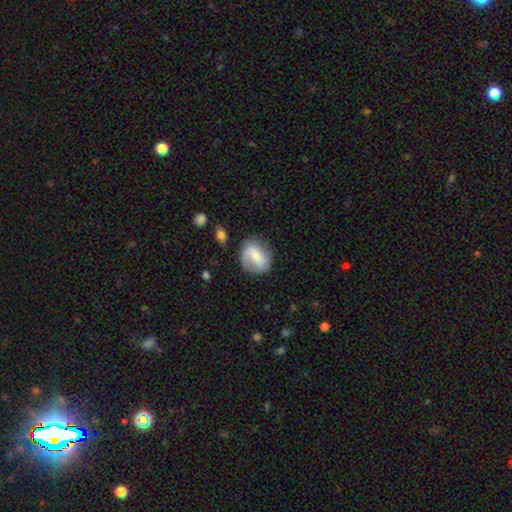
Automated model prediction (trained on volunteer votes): A smooth galaxy with no disk features (48%).

Vote fractions:
- Smooth or featured? smooth: 48% / featured or disk: 45% / star or artifact: 7%
- Merging? none: 71% / minor disturbance: 19% / major disturbance: 7% / merger: 2%